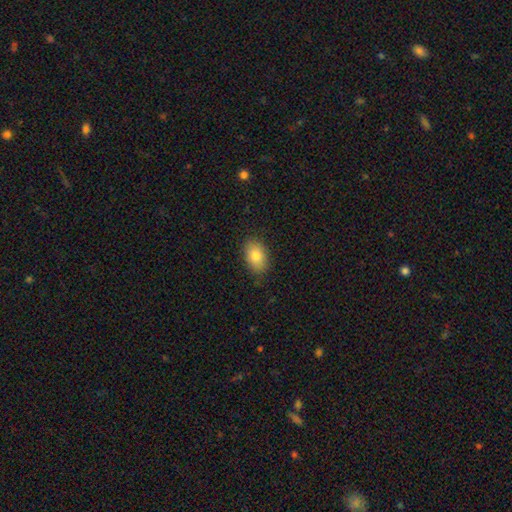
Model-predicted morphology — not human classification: A smooth galaxy with no disk features (82%) that is in between round and cigar-shaped (86%). Merging: none (86%).